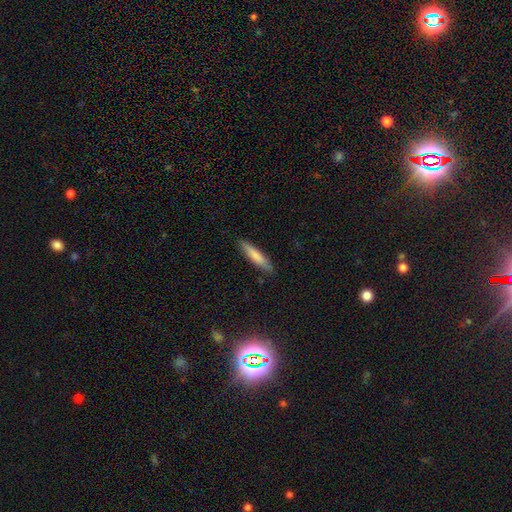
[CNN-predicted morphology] This appears to be a smooth galaxy with no disk features (78%) that is cigar-shaped (86%). Merging: none (87%).